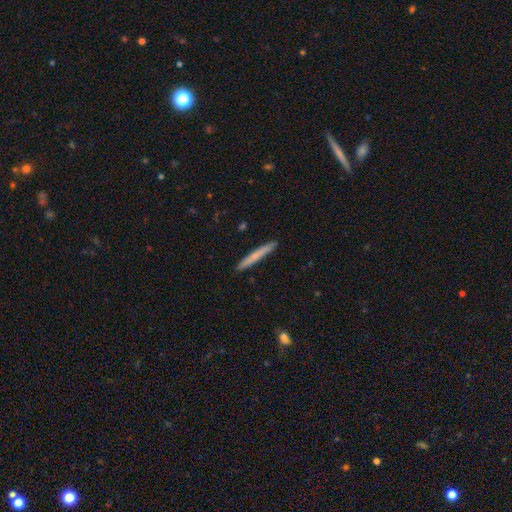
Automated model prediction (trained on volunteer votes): This is likely a smooth galaxy (66%). How rounded: clearly cigar-shaped (97%). Merging: clearly none (92%).